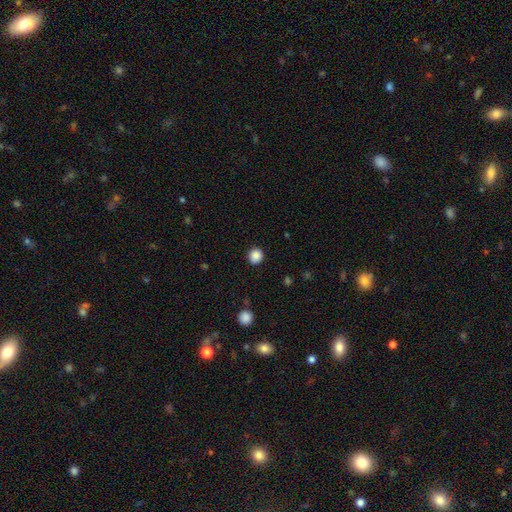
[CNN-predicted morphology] smooth 87%, star or artifact 10%, featured or disk 3%. Down the decision tree: how rounded — round (89%); merging — none (91%).